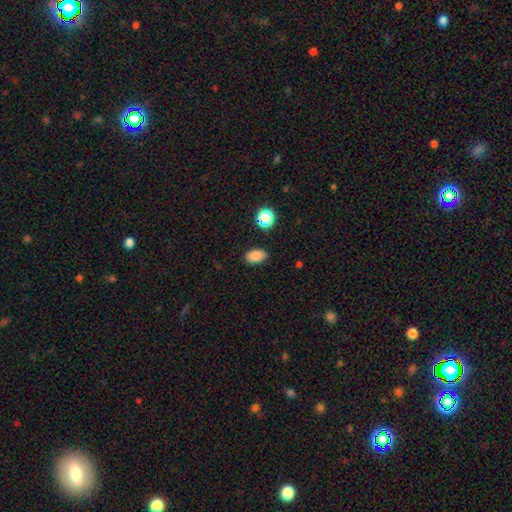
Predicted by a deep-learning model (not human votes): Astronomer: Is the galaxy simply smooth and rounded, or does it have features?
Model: smooth — 85%.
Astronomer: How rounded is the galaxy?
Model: in between — 87%.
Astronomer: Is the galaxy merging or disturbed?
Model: none — 86%.